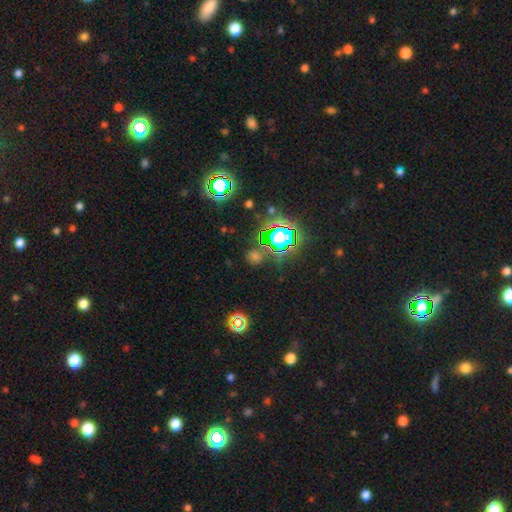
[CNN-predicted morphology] star or artifact 65%, smooth 27%, featured or disk 8%.